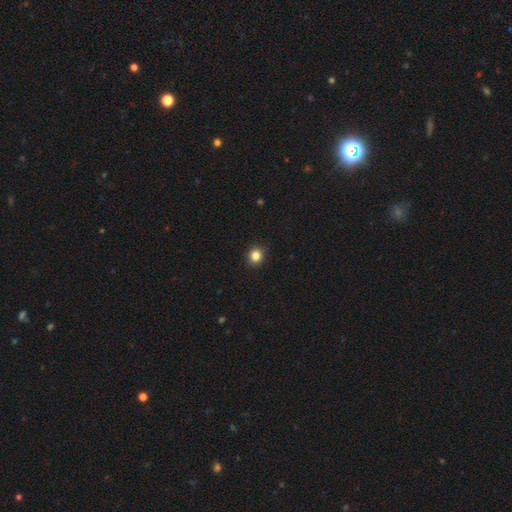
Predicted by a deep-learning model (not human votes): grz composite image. It shows a smooth galaxy with no disk features (84%) that is round (87%). Merging: none (92%).